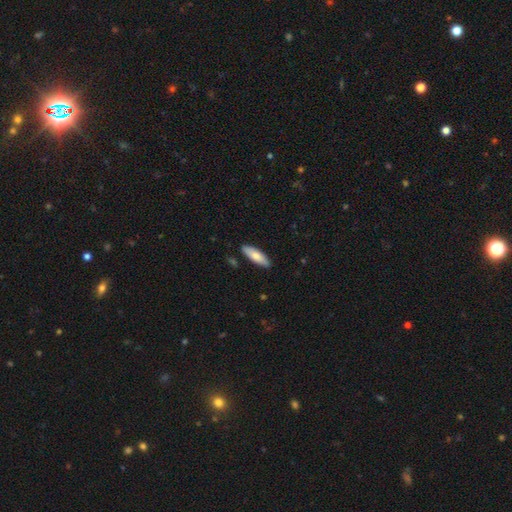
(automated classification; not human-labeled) Smooth or featured?
  - smooth: 77% *
  - featured or disk: 17%
  - star or artifact: 5%
How rounded?
  - in between: 58% *
  - cigar-shaped: 40%
  - round: 2%
Merging?
  - none: 88% *
  - minor disturbance: 9%
  - major disturbance: 2%
  - merger: 1%